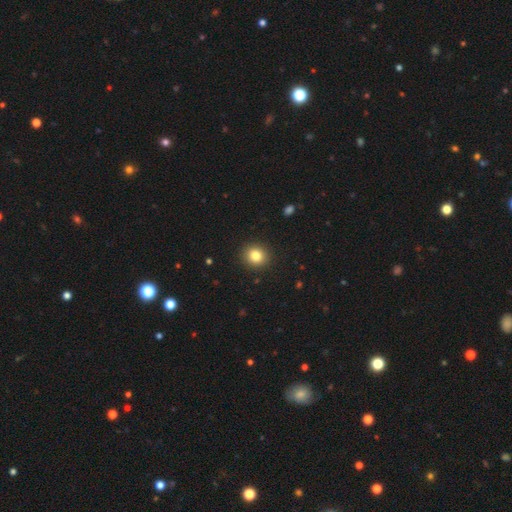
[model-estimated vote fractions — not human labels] Morphology: type=smooth (83%); roundness=round (84%); merging=none (91%).